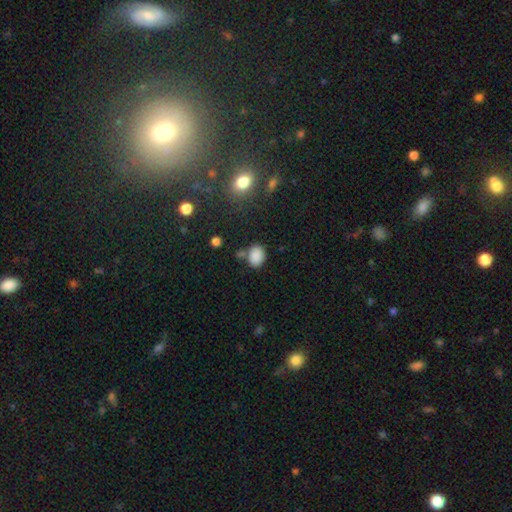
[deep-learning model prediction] A smooth galaxy with no disk features (86%) that is in between round and cigar-shaped (70%). Merging: none (69%).